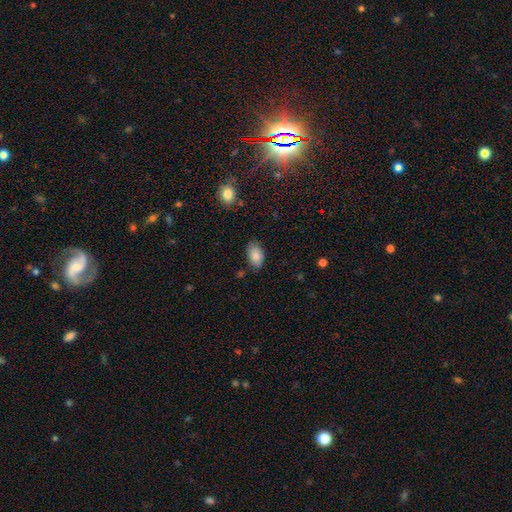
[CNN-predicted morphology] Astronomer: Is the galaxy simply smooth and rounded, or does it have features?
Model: smooth — 84%.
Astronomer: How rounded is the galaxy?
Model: in between — 93%.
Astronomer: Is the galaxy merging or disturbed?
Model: none — 76%.